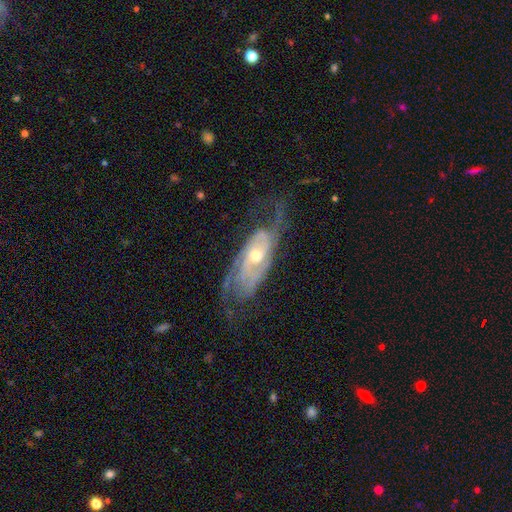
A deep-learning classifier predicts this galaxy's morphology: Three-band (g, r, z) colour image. It shows a featured or disk galaxy (82%) with no bar (68%), 2 (41%) tight (43%) spiral arms (89%) and a moderate central bulge (66%). Merging: none (55%).